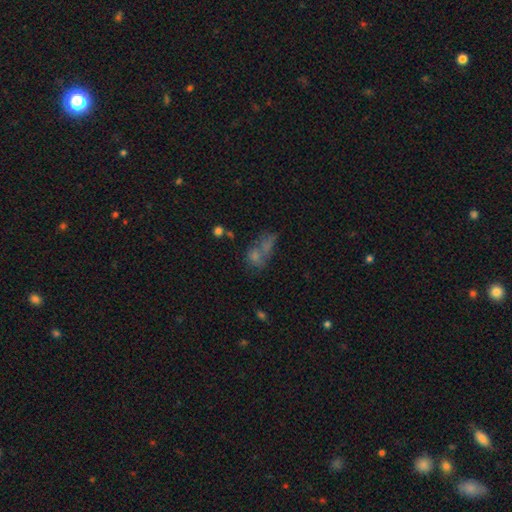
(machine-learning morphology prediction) A smooth galaxy with no disk features (53%) that is in between round and cigar-shaped (63%).

Vote fractions:
- Smooth or featured? smooth: 53% / star or artifact: 25% / featured or disk: 21%
- How rounded? in between: 63% / round: 29% / cigar-shaped: 8%
- Merging? merger: 42% / none: 33% / major disturbance: 13% / minor disturbance: 12%